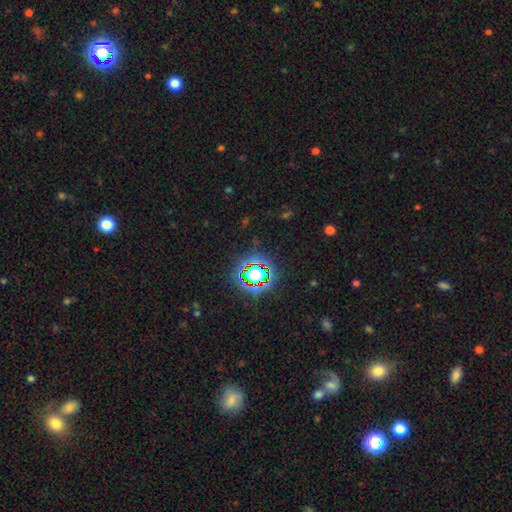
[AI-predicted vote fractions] smooth-or-featured: star or artifact: 79% | smooth: 13% | featured or disk: 8%